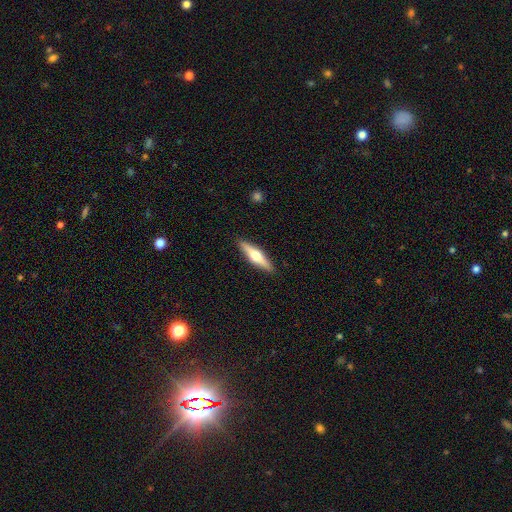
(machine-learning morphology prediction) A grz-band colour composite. It shows a featured or disk galaxy (56%) viewed edge-on (95%) with a rounded central bulge (94%). Merging: none (90%).